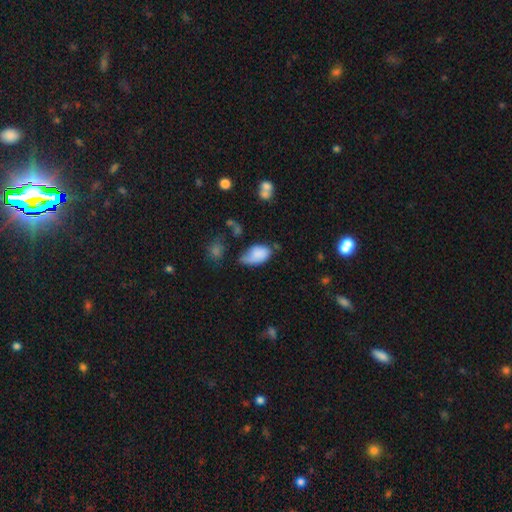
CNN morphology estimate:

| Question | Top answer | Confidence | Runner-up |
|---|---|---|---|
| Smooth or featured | smooth | 80% | featured or disk (12%) |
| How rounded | in between | 93% | round (5%) |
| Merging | minor disturbance | 39% | none (37%) |